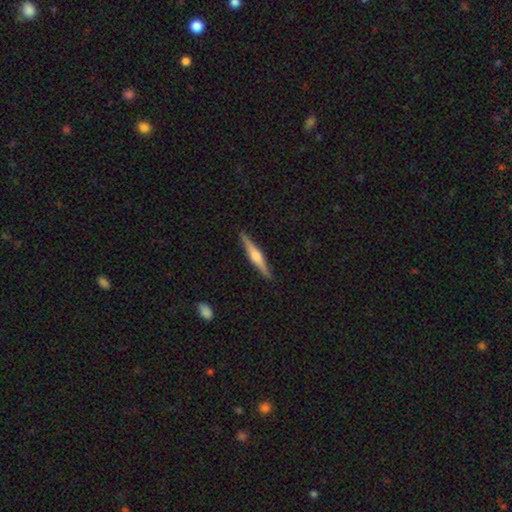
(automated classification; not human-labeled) Smooth or featured? Predicted: featured or disk (p=0.69). Edge-on disk? Predicted: yes (p=0.98). Edge-on bulge? Predicted: rounded (p=0.84). Merging? Predicted: none (p=0.91).